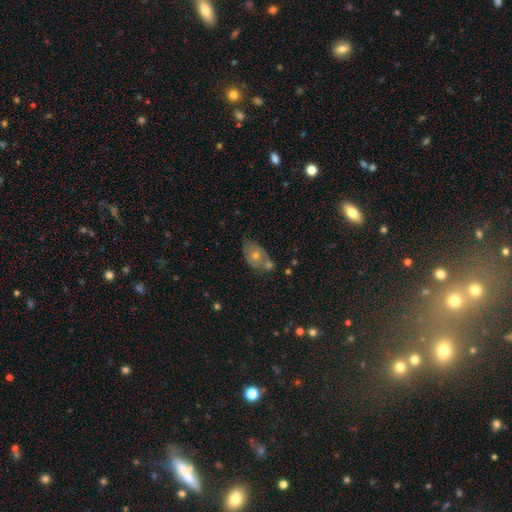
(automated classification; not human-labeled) A smooth galaxy with no disk features (44%). Merging: none (58%).